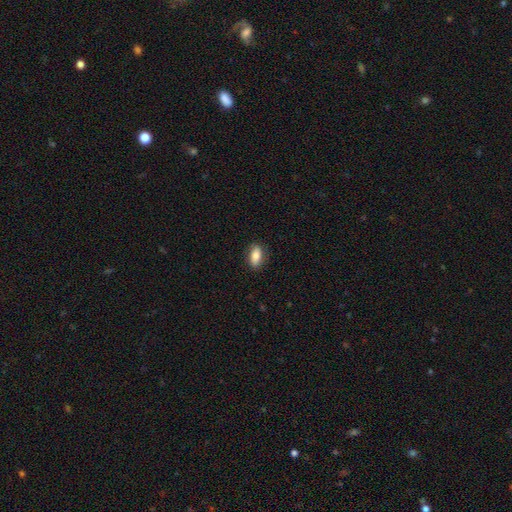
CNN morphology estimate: A smooth galaxy with no disk features (75%) that is in between round and cigar-shaped (84%).

Vote fractions:
- Smooth or featured? smooth: 75% / featured or disk: 18% / star or artifact: 7%
- How rounded? in between: 84% / cigar-shaped: 10% / round: 5%
- Merging? none: 84% / minor disturbance: 12% / major disturbance: 3% / merger: 1%